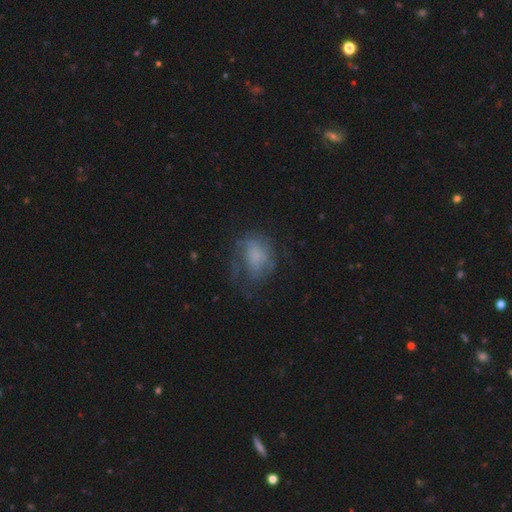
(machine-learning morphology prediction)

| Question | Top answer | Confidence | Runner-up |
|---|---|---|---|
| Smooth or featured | smooth | 45% | featured or disk (42%) |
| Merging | none | 43% | major disturbance (31%) |